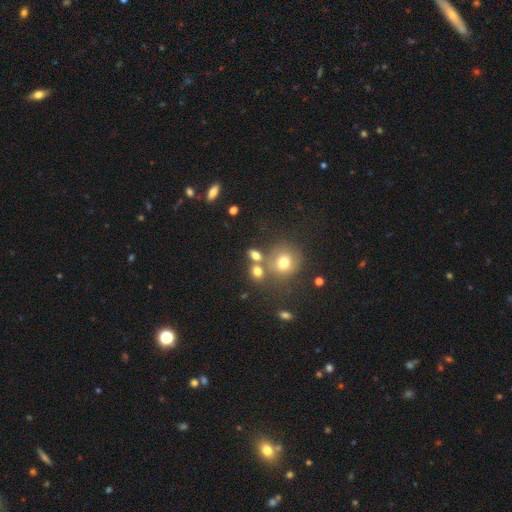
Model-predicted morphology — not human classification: This is likely a smooth galaxy (71%). How rounded: possibly in between (51%). Merging: possibly none (55%).